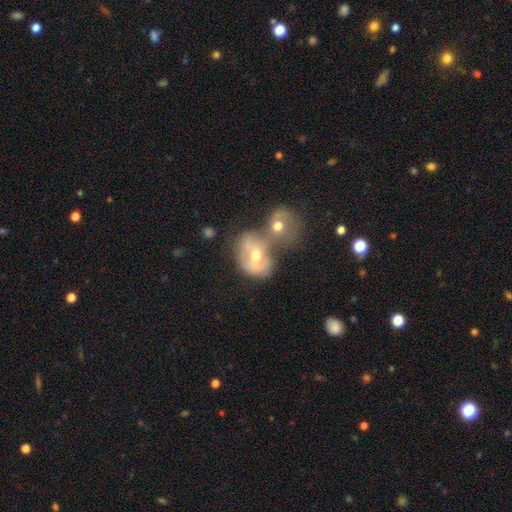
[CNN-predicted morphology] Smooth or featured? Predicted: smooth (p=0.45, tied with featured or disk). Merging? Predicted: merger (p=0.63).